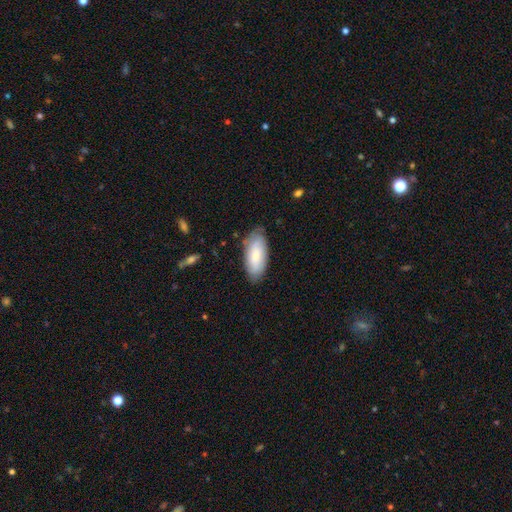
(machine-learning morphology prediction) Smooth or featured?
  - smooth: 72% *
  - featured or disk: 22%
  - star or artifact: 6%
How rounded?
  - in between: 88% *
  - cigar-shaped: 10%
  - round: 2%
Merging?
  - none: 77% *
  - minor disturbance: 18%
  - major disturbance: 4%
  - merger: 1%